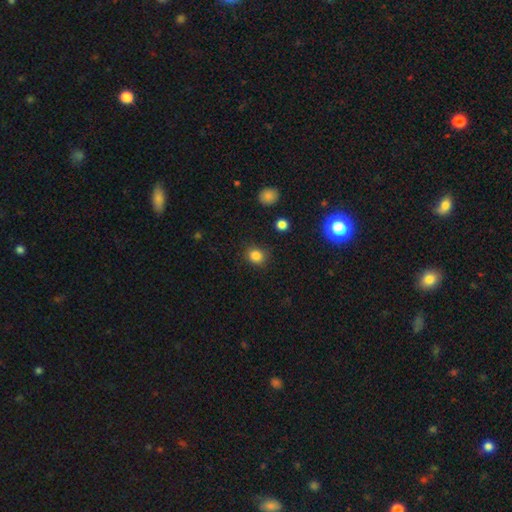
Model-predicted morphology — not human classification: Smooth or featured? Predicted: smooth (p=0.84). How rounded? Predicted: round (p=0.75). Merging? Predicted: none (p=0.86).